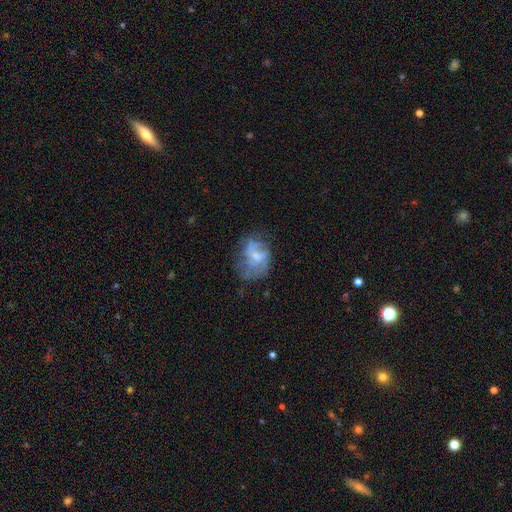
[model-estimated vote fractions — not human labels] The model was most divided on "spiral arms": no: 51%, yes: 49%. Remaining: edge-on disk — no (97%); bar — no (58%); smooth or featured — featured or disk (56%); merging — none (44%); bulge size — small (42%).